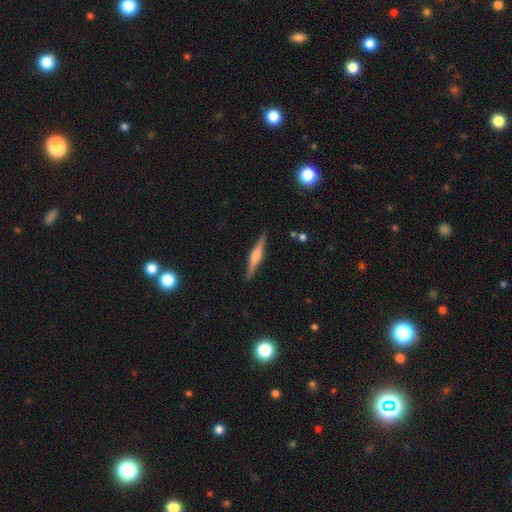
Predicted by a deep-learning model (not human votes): This appears to be a featured or disk galaxy (69%) viewed edge-on (98%) with a rounded central bulge (80%). Merging: none (91%).